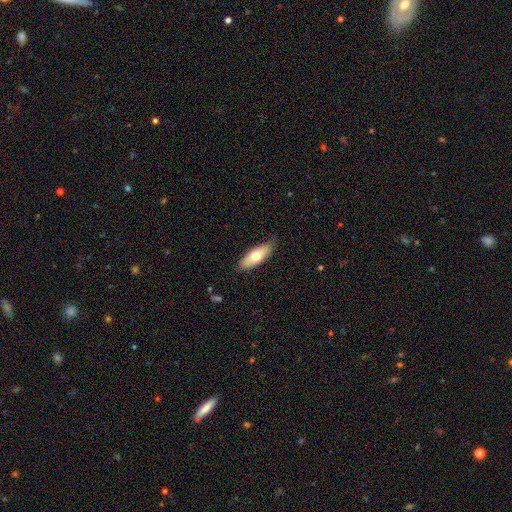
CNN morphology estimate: smooth-or-featured: smooth: 66% | featured or disk: 28% | star or artifact: 6%
  how-rounded: in between: 69% | cigar-shaped: 28% | round: 3%
  merging: none: 80% | minor disturbance: 16% | major disturbance: 3% | merger: 1%